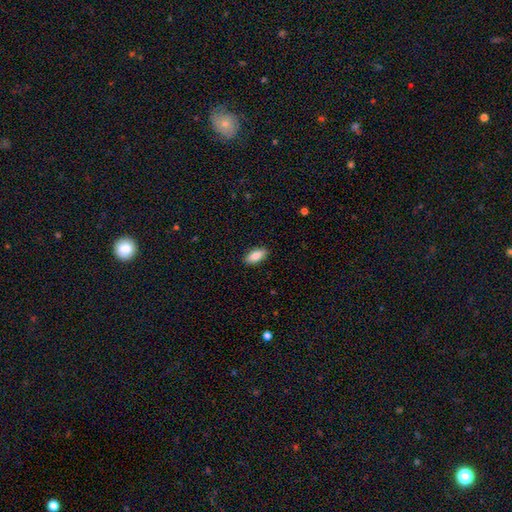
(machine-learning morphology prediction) smooth-or-featured: smooth: 86% | featured or disk: 8% | star or artifact: 6%
  how-rounded: in between: 89% | cigar-shaped: 9% | round: 2%
  merging: none: 90% | minor disturbance: 8% | major disturbance: 2% | merger: 1%